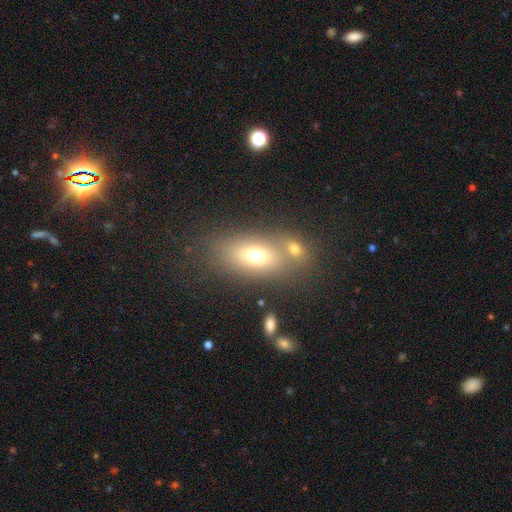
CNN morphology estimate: The model was most divided on "merging": none: 55%, merger: 29%, minor disturbance: 11%, major disturbance: 6%. More confident: how rounded — in between (79%); smooth or featured — smooth (67%).